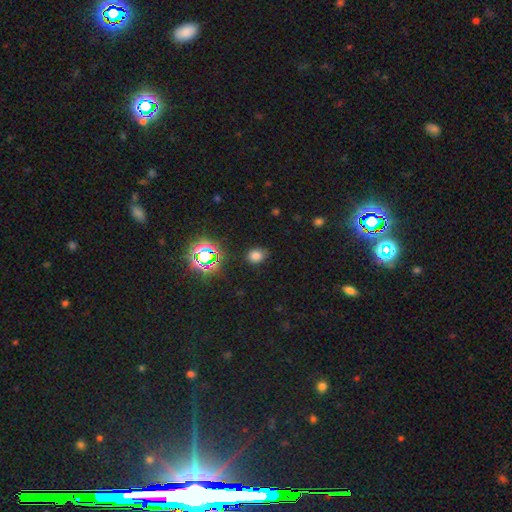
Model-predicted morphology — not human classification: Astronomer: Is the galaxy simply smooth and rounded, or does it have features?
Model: smooth — 71%.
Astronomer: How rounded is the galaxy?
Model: round — 52% (runner-up: in between, 47%).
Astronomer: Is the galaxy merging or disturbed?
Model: none — 81%.